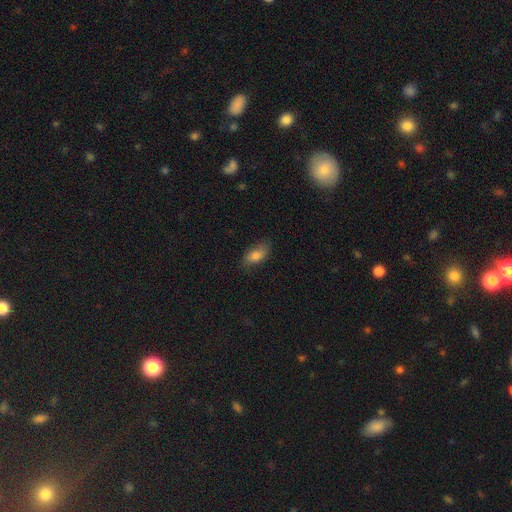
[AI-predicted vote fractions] Smooth or featured? Predicted: smooth (p=0.76). How rounded? Predicted: in between (p=0.86). Merging? Predicted: none (p=0.75).